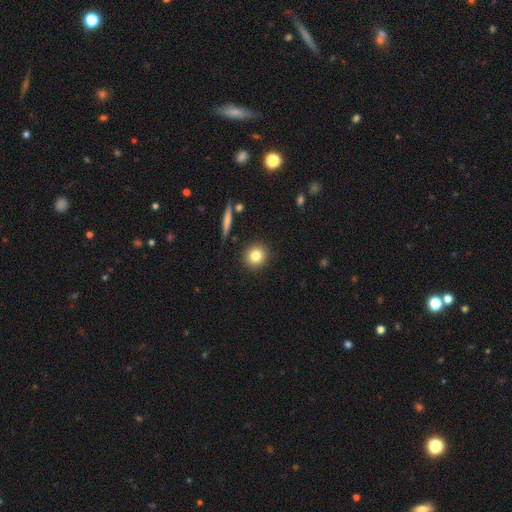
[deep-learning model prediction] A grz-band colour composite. It shows a smooth galaxy with no disk features (81%) that is round (89%). Merging: none (90%).